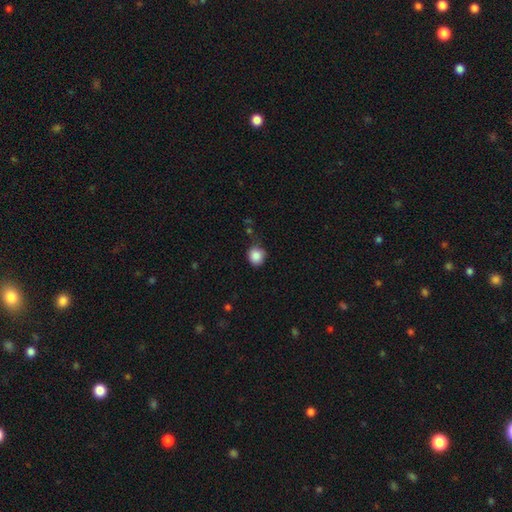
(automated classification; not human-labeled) Morphology: type=smooth (87%); roundness=round (83%); merging=none (74%).